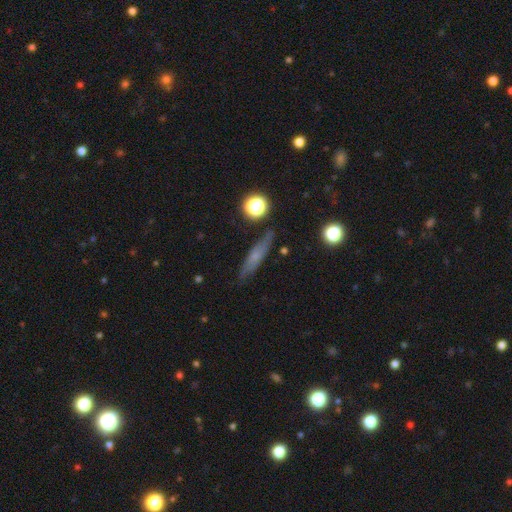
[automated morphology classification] Smooth or featured: smooth — 50% (featured or disk — 38%)
Merging: none — 81% (minor disturbance — 13%)